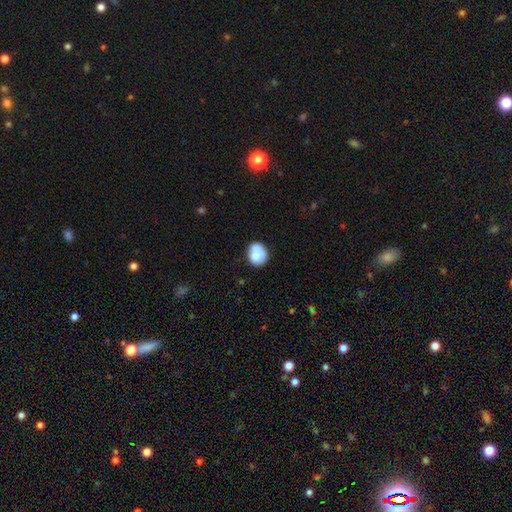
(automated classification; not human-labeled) smooth_or_featured: smooth (p=0.69) [alt: featured or disk p=0.23]
how_rounded: round (p=0.64) [alt: in between p=0.35]
merging: none (p=0.42) [alt: merger p=0.29]